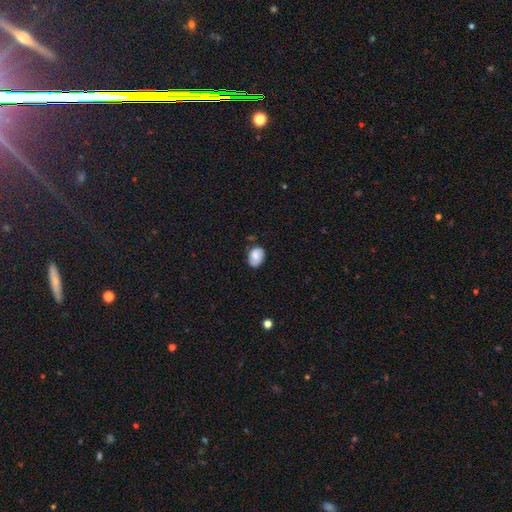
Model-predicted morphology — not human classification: A smooth galaxy with no disk features (76%) that is in between round and cigar-shaped (69%).

Vote fractions:
- Smooth or featured? smooth: 76% / featured or disk: 16% / star or artifact: 8%
- How rounded? in between: 69% / round: 30% / cigar-shaped: 1%
- Merging? none: 74% / minor disturbance: 20% / major disturbance: 4% / merger: 2%